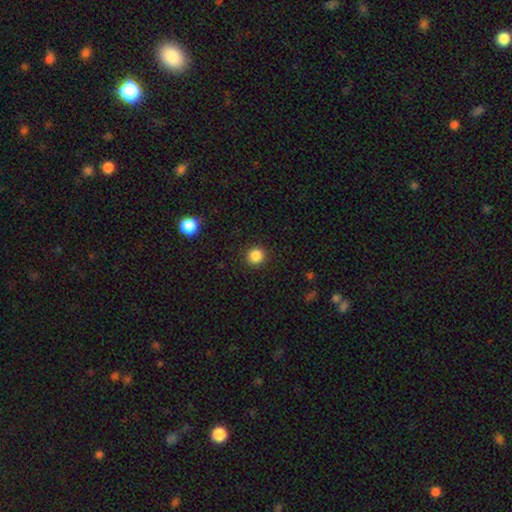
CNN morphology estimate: smooth_or_featured: smooth (p=0.86) [alt: star or artifact p=0.11]
how_rounded: round (p=0.93) [alt: in between p=0.06]
merging: none (p=0.91) [alt: minor disturbance p=0.06]